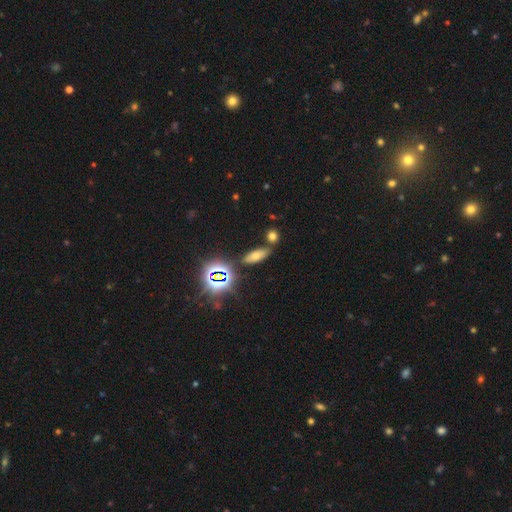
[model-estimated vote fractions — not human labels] Smooth or featured?
  - smooth: 54% *
  - star or artifact: 29%
  - featured or disk: 17%
How rounded?
  - in between: 68% *
  - cigar-shaped: 24%
  - round: 8%
Merging?
  - none: 77% *
  - minor disturbance: 11%
  - merger: 9%
  - major disturbance: 3%